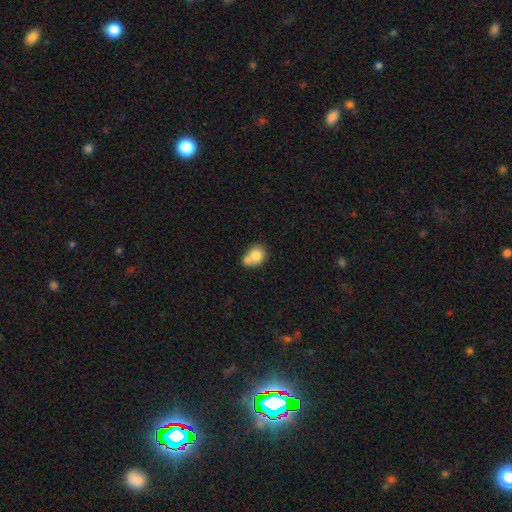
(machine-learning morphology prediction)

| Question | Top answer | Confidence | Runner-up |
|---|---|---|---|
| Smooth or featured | smooth | 76% | featured or disk (15%) |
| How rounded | round | 62% | in between (37%) |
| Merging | merger | 52% | none (31%) |